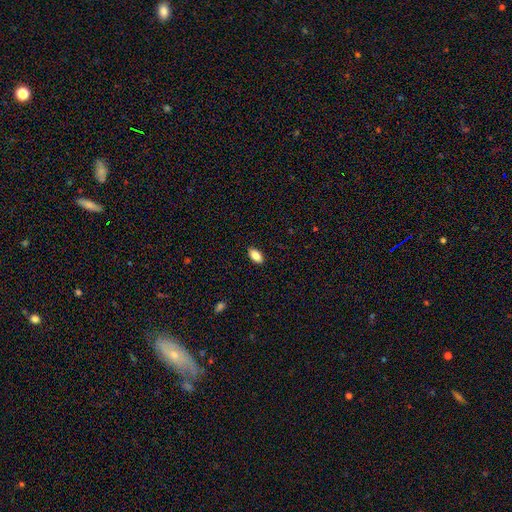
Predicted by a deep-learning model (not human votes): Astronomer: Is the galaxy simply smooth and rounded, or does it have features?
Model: smooth — 86%.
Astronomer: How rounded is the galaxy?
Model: in between — 91%.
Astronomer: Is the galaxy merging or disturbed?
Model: none — 89%.